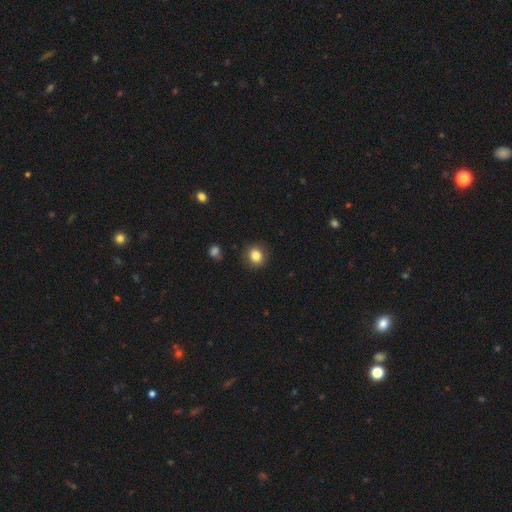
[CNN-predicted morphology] type=smooth (84%); roundness=round (83%); merging=none (88%).